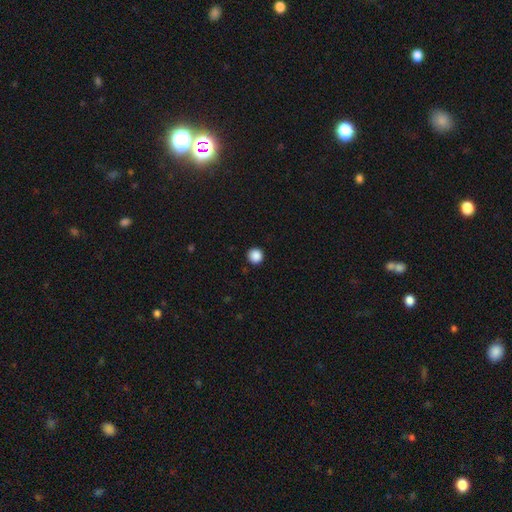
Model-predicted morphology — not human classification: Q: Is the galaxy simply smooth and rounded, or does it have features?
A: smooth — 88%.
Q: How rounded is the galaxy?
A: round — 95%.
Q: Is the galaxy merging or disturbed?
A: none — 93%.